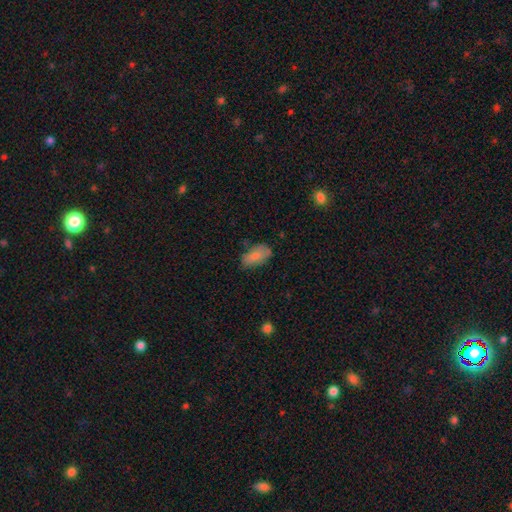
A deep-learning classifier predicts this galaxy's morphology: smooth_or_featured: smooth (p=0.83) [alt: featured or disk p=0.10]
how_rounded: in between (p=0.92) [alt: round p=0.04]
merging: none (p=0.67) [alt: minor disturbance p=0.24]